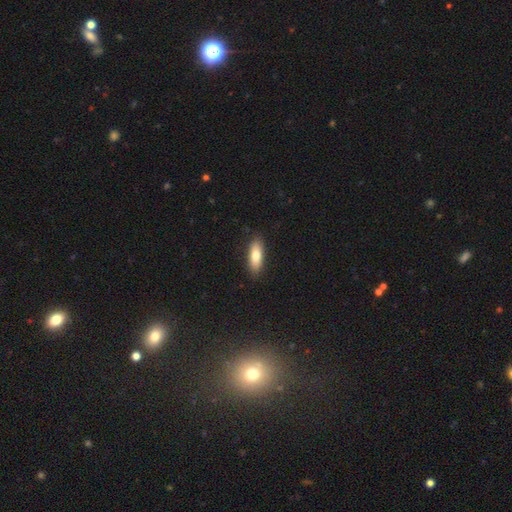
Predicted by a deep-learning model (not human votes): Overall: smooth (78%). How rounded: in between (67%; cigar-shaped 30%). Merging: none (87%).